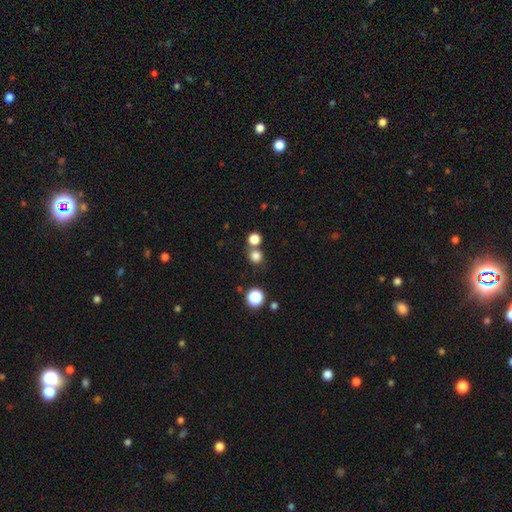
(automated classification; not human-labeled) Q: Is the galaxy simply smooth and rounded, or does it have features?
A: smooth — 79%.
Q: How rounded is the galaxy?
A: round — 91%.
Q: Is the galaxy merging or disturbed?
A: none — 67%.